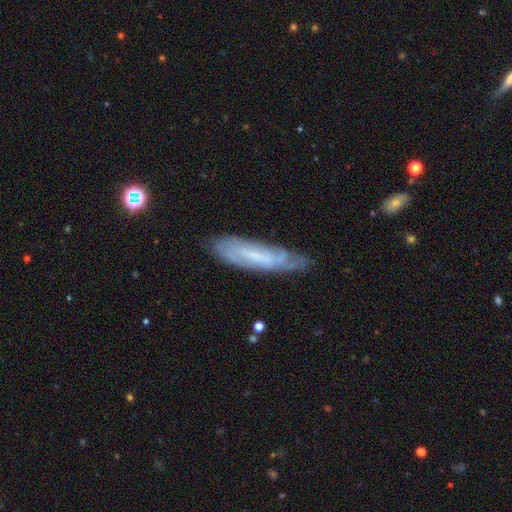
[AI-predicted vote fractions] A featured or disk galaxy (60%).

Vote fractions:
- Smooth or featured? featured or disk: 60% / smooth: 32% / star or artifact: 8%
- Edge-on disk? no: 68% / yes: 32%
- Merging? none: 66% / minor disturbance: 24% / major disturbance: 7% / merger: 2%